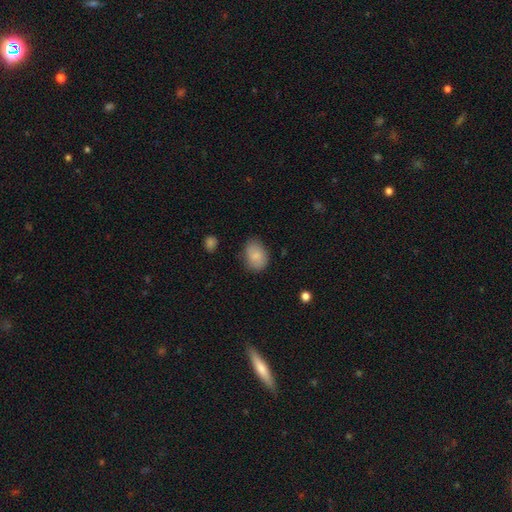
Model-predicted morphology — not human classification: This appears to be a smooth galaxy with no disk features (82%) that is in between round and cigar-shaped (71%). Merging: none (73%).